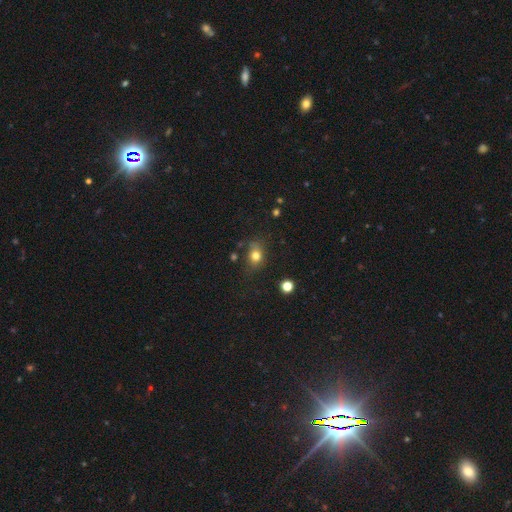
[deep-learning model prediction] smooth-or-featured: smooth: 77% | star or artifact: 13% | featured or disk: 10%
  how-rounded: in between: 58% | round: 40% | cigar-shaped: 2%
  merging: none: 65% | minor disturbance: 23% | major disturbance: 8% | merger: 4%